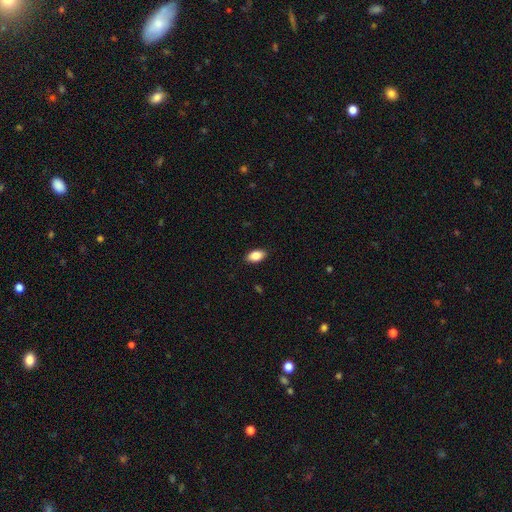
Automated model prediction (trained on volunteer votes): smooth 86%, star or artifact 7%, featured or disk 7%. Down the decision tree: how rounded — in between (92%); merging — none (88%).